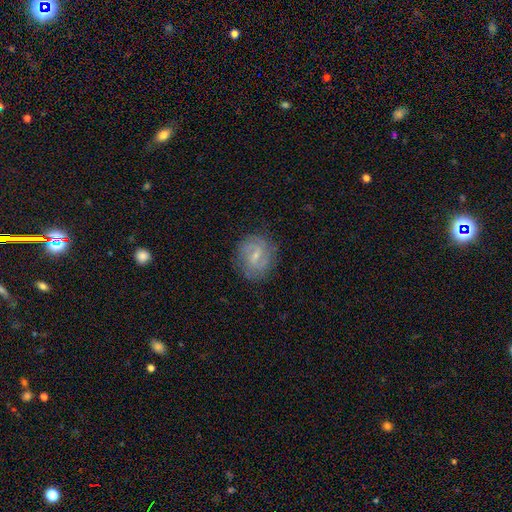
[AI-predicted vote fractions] Smooth or featured?
  - featured or disk: 72% *
  - smooth: 21%
  - star or artifact: 7%
Edge-on disk?
  - no: 97% *
  - yes: 3%
Bar?
  - weak: 59% *
  - no: 25%
  - strong: 16%
Spiral arms?
  - yes: 89% *
  - no: 11%
Spiral winding?
  - medium: 44% *
  - tight: 37%
  - loose: 19%
Spiral arm count?
  - 2: 66% *
  - can't tell: 19%
  - 3: 7%
  - 1: 3%
  - 4: 2%
  - more than 4: 2%
Bulge size?
  - small: 69% *
  - moderate: 25%
  - none: 4%
  - large: 1%
  - dominant: 1%
Merging?
  - none: 80% *
  - minor disturbance: 14%
  - major disturbance: 5%
  - merger: 1%